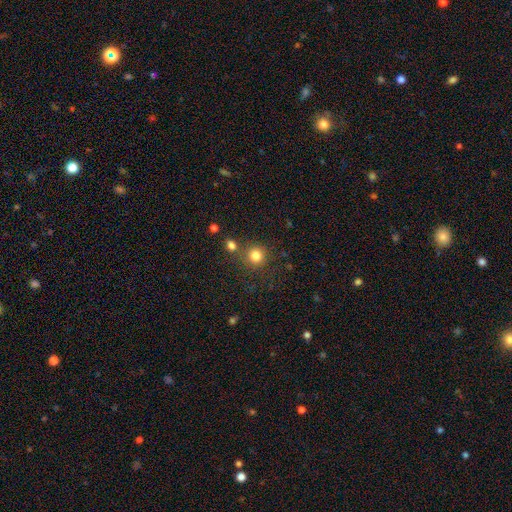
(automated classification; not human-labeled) Morphology: type=smooth (81%); roundness=round (92%); merging=none (76%).